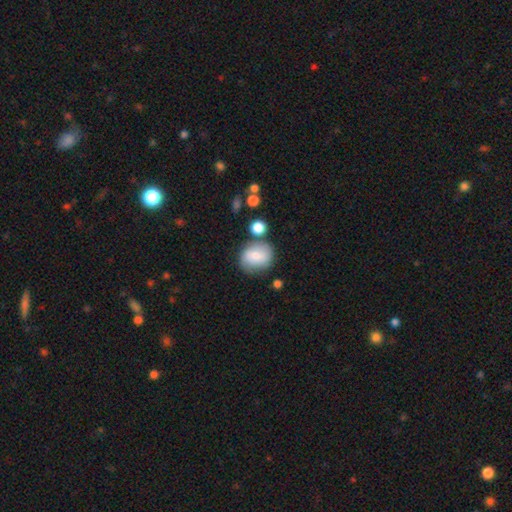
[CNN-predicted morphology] Q: Smooth or featured?
A: smooth (69%); runner-up: featured or disk (22%)
Q: How rounded?
A: round (67%); runner-up: in between (32%)
Q: Merging?
A: none (67%); runner-up: minor disturbance (17%)